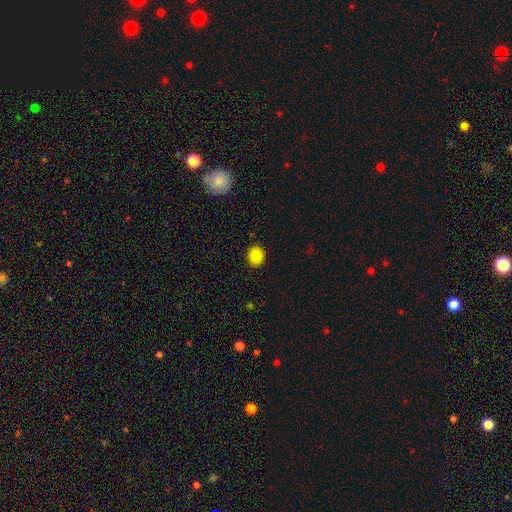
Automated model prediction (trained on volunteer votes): Morphology: type=smooth (86%); roundness=round (62%); merging=none (90%).